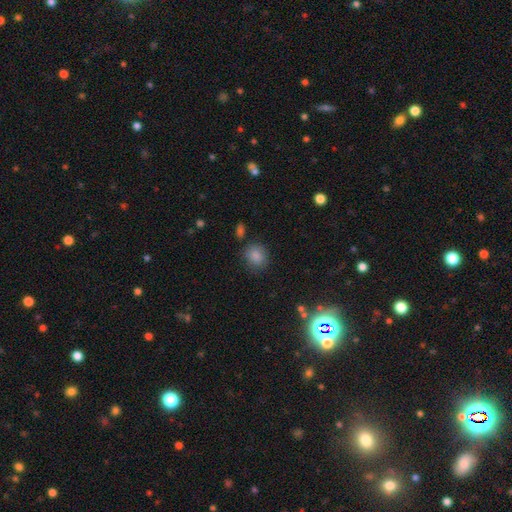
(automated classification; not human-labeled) This is clearly a smooth galaxy (84%). How rounded: likely round (71%). Merging: likely none (79%).